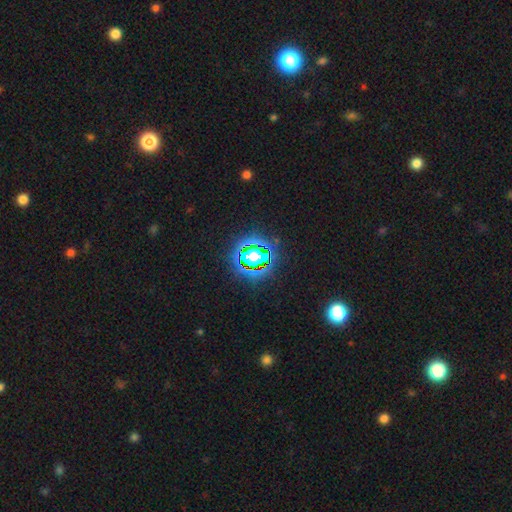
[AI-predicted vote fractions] Q: Smooth or featured?
A: star or artifact (65%); runner-up: smooth (22%)